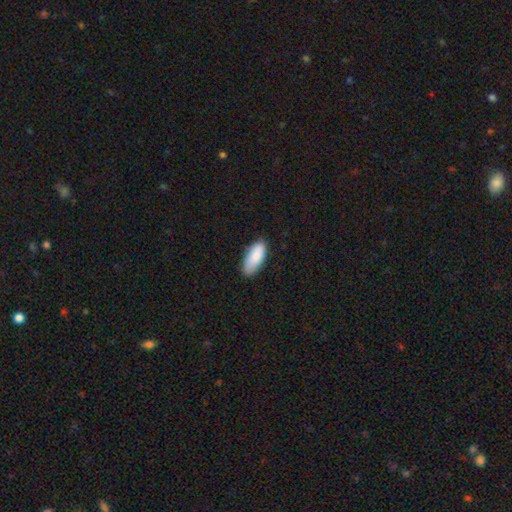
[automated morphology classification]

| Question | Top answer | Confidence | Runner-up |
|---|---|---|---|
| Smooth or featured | smooth | 87% | featured or disk (7%) |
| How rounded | in between | 86% | cigar-shaped (12%) |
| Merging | none | 79% | minor disturbance (18%) |